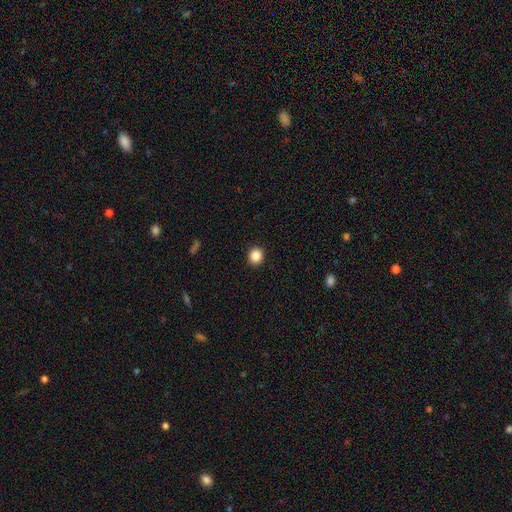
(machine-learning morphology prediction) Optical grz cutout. It shows a smooth galaxy with no disk features (88%) that is round (85%). Merging: none (92%).